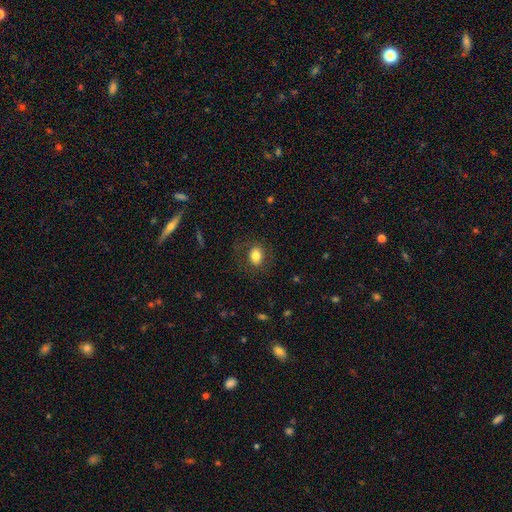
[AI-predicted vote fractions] Q: Smooth or featured?
A: smooth (78%); runner-up: featured or disk (13%)
Q: How rounded?
A: in between (54%); runner-up: round (45%)
Q: Merging?
A: none (77%); runner-up: minor disturbance (13%)